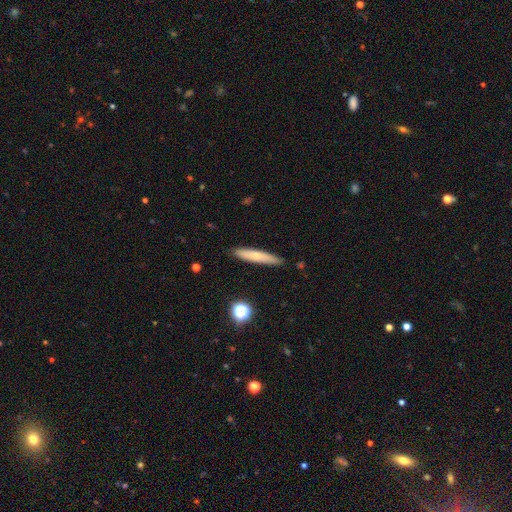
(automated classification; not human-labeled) A smooth galaxy with no disk features (63%) that is cigar-shaped (91%).

Vote fractions:
- Smooth or featured? smooth: 63% / featured or disk: 30% / star or artifact: 7%
- How rounded? cigar-shaped: 91% / in between: 7% / round: 2%
- Merging? none: 88% / minor disturbance: 9% / major disturbance: 2% / merger: 1%